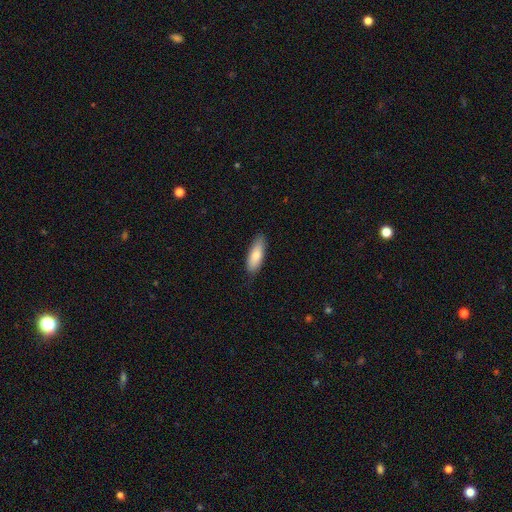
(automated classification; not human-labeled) Smooth or featured? smooth (80%)
How rounded? in between (64%)
Merging? none (82%)